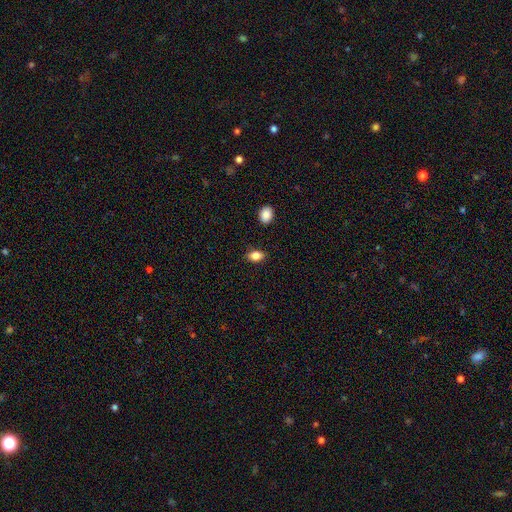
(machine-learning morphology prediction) Smooth or featured? Predicted: smooth (p=0.83). How rounded? Predicted: in between (p=0.83). Merging? Predicted: none (p=0.87).